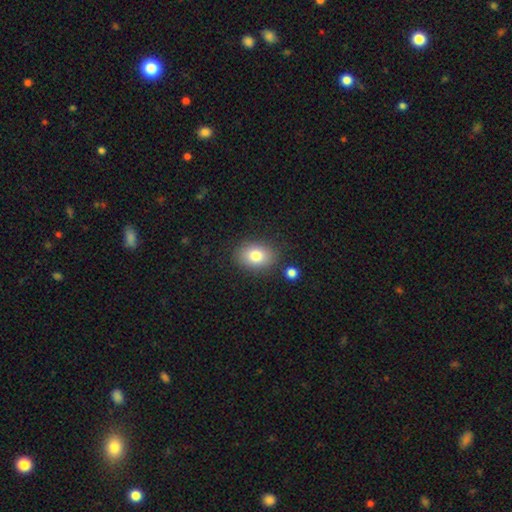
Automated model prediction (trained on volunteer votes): A smooth galaxy with no disk features (81%) that is in between round and cigar-shaped (70%).

Vote fractions:
- Smooth or featured? smooth: 81% / featured or disk: 10% / star or artifact: 9%
- How rounded? in between: 70% / round: 29% / cigar-shaped: 1%
- Merging? none: 83% / minor disturbance: 11% / merger: 3% / major disturbance: 3%